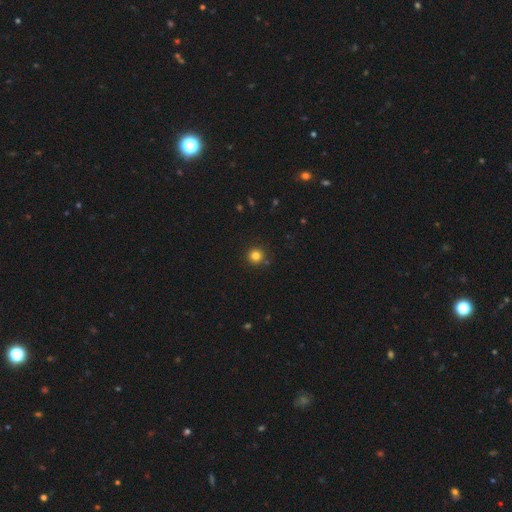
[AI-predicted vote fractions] Smooth or featured?
  - smooth: 82% *
  - star or artifact: 14%
  - featured or disk: 5%
How rounded?
  - round: 95% *
  - in between: 4%
  - cigar-shaped: 1%
Merging?
  - none: 89% *
  - minor disturbance: 6%
  - merger: 2%
  - major disturbance: 2%